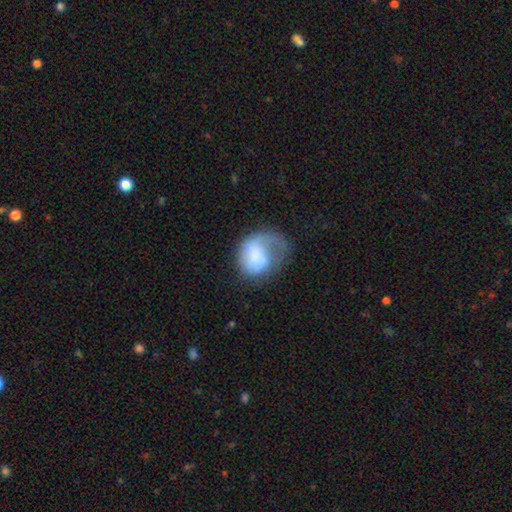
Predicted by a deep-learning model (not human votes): Q: Smooth or featured?
A: smooth (59%); runner-up: featured or disk (34%)
Q: How rounded?
A: round (51%); runner-up: in between (48%)
Q: Merging?
A: major disturbance (50%); runner-up: minor disturbance (24%)